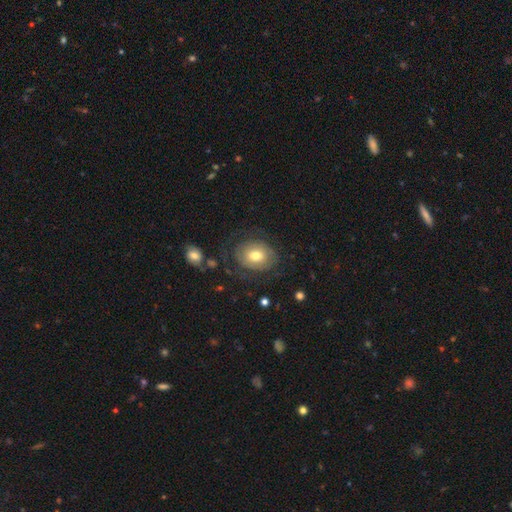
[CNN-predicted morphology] The model was most divided on "smooth or featured" (2-way tie): featured or disk: 46%, smooth: 46%, star or artifact: 8%. More confident: merging — none (68%).